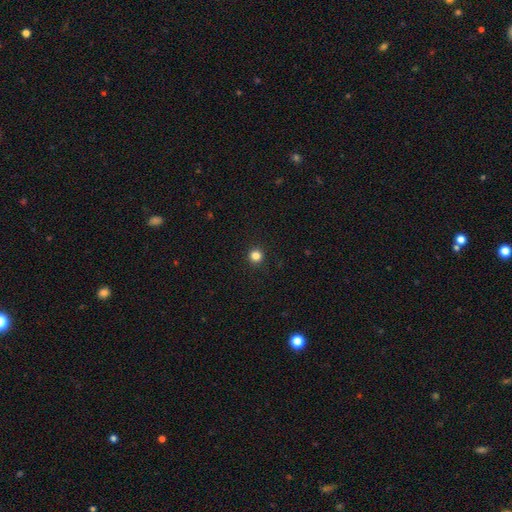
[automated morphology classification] A smooth galaxy with no disk features (83%) that is round (96%).

Vote fractions:
- Smooth or featured? smooth: 83% / star or artifact: 13% / featured or disk: 4%
- How rounded? round: 96% / in between: 3% / cigar-shaped: 1%
- Merging? none: 93% / minor disturbance: 4% / major disturbance: 2% / merger: 1%